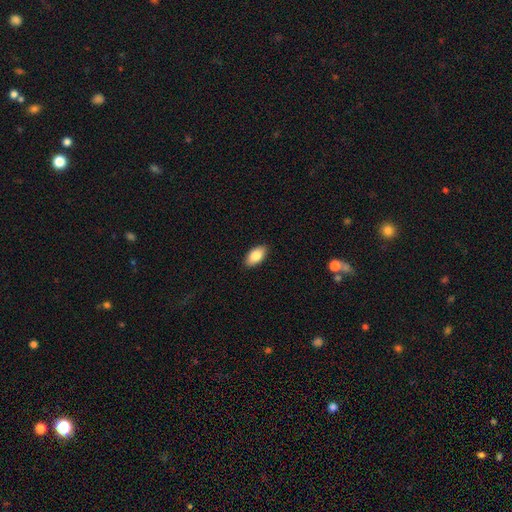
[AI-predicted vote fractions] smooth-or-featured: smooth: 85% | featured or disk: 8% | star or artifact: 7%
  how-rounded: in between: 94% | round: 3% | cigar-shaped: 3%
  merging: none: 89% | minor disturbance: 8% | major disturbance: 2% | merger: 1%